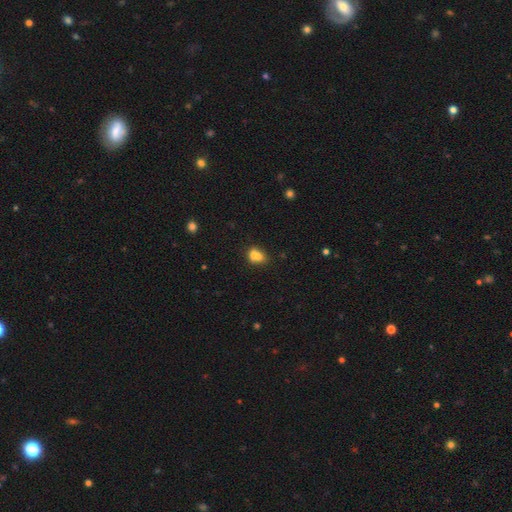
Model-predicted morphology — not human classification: smooth_or_featured: smooth (p=0.74) [alt: featured or disk p=0.15]
how_rounded: in between (p=0.54) [alt: round p=0.45]
merging: merger (p=0.51) [alt: none p=0.32]